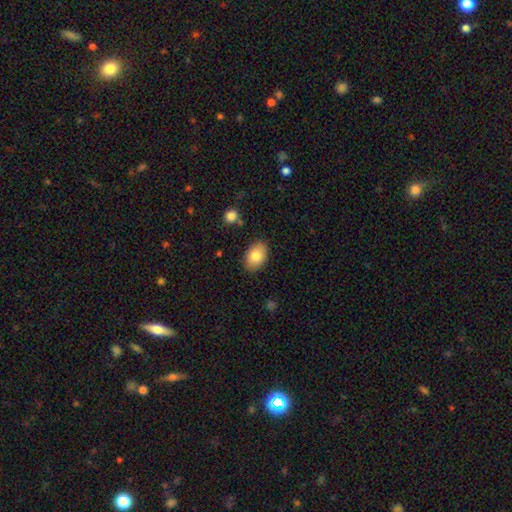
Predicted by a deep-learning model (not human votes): smooth 81%, featured or disk 12%, star or artifact 7%. Down the decision tree: how rounded — in between (86%); merging — none (86%).